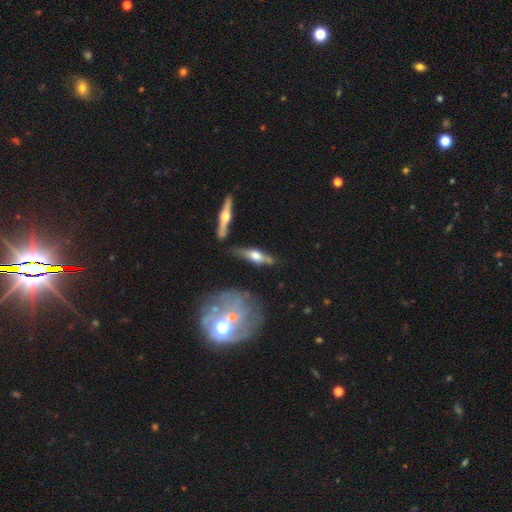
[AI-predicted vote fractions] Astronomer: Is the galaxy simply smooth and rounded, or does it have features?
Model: featured or disk — 59%.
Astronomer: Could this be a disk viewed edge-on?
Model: yes — 89%.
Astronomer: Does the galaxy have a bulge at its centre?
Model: rounded — 93%.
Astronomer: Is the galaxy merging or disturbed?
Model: none — 66%.